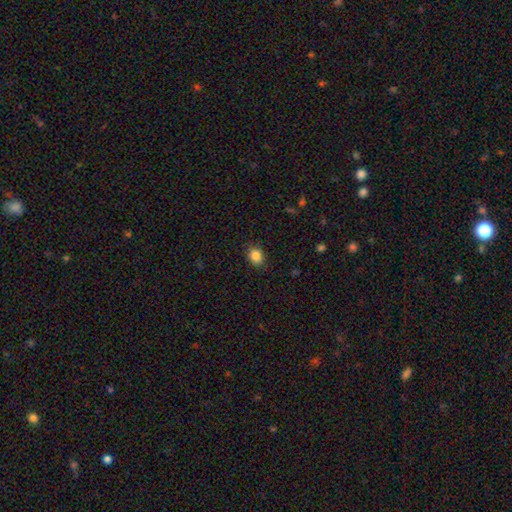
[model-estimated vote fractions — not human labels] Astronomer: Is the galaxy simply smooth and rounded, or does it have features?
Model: smooth — 86%.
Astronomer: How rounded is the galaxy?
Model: round — 53% (runner-up: in between, 46%).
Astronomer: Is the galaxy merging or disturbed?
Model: none — 87%.